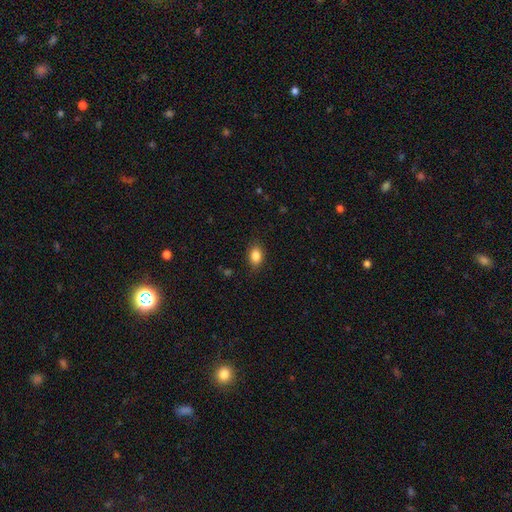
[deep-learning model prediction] Smooth or featured? Predicted: smooth (p=0.86). How rounded? Predicted: in between (p=0.80). Merging? Predicted: none (p=0.85).